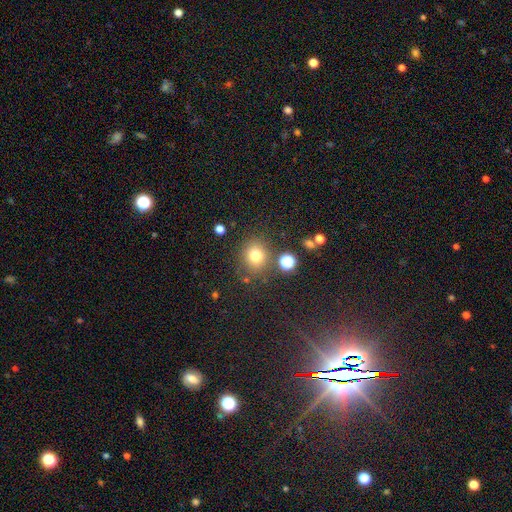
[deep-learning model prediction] Smooth or featured? smooth (75%)
How rounded? round (81%)
Merging? none (80%)